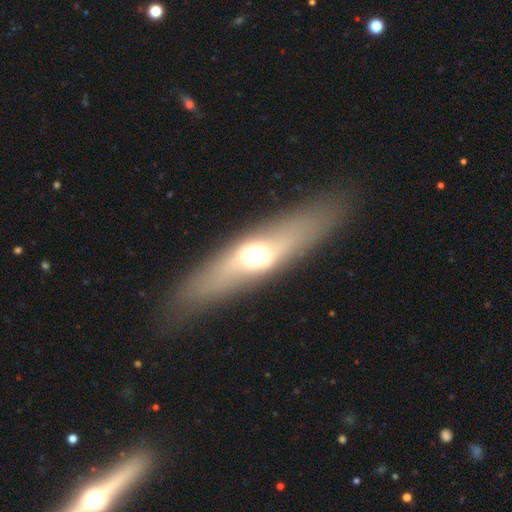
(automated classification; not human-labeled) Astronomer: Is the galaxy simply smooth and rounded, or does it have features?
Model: featured or disk — 51% (runner-up: smooth, 40%).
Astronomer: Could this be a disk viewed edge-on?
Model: yes — 57% (runner-up: no, 43%).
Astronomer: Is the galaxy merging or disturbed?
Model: none — 86%.